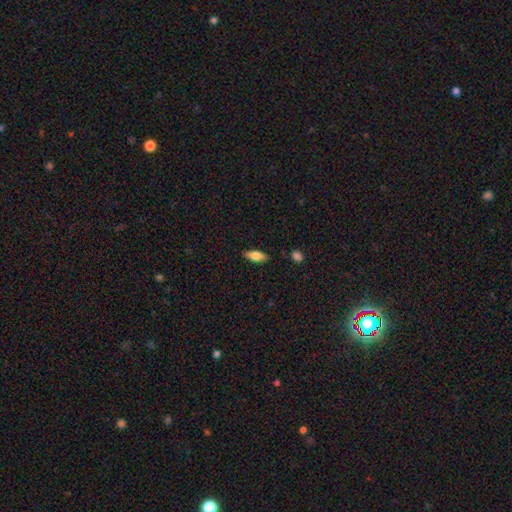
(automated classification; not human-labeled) Smooth or featured?
  - smooth: 74% *
  - featured or disk: 20%
  - star or artifact: 7%
How rounded?
  - in between: 76% *
  - cigar-shaped: 22%
  - round: 2%
Merging?
  - none: 85% *
  - minor disturbance: 11%
  - major disturbance: 2%
  - merger: 2%